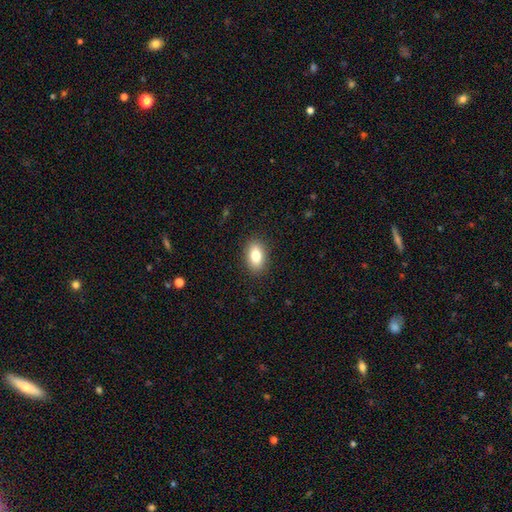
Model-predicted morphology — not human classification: smooth-or-featured: smooth: 81% | featured or disk: 10% | star or artifact: 8%
  how-rounded: in between: 88% | round: 10% | cigar-shaped: 2%
  merging: none: 88% | minor disturbance: 8% | major disturbance: 2% | merger: 1%